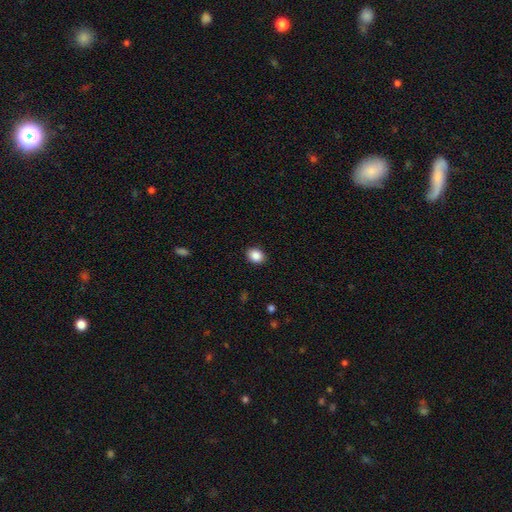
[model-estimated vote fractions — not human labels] Overall: smooth (88%). How rounded: in between (57%; round 42%). Merging: none (90%).